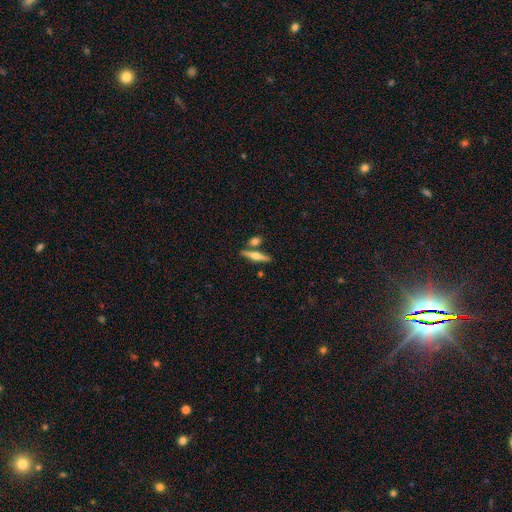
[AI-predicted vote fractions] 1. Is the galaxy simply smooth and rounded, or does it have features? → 54% featured or disk, 40% smooth, 6% star or artifact.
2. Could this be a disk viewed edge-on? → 95% yes, 5% no.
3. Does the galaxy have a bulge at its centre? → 91% rounded, 5% none, 5% boxy.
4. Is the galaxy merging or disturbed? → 75% none, 15% merger, 8% minor disturbance, 2% major disturbance.